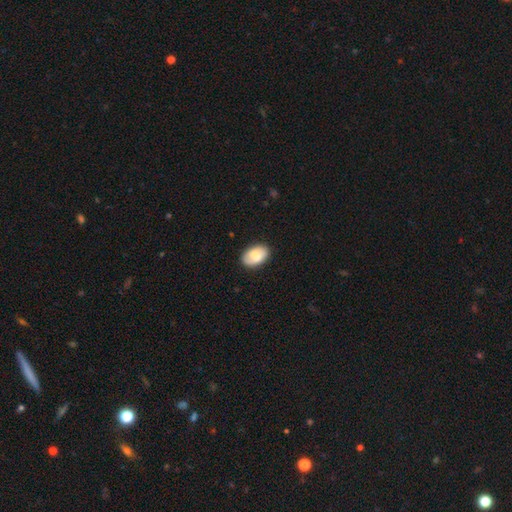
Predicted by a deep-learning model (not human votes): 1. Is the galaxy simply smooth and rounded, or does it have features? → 65% smooth, 28% featured or disk, 7% star or artifact.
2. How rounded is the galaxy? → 89% in between, 10% round, 1% cigar-shaped.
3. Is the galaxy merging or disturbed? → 84% none, 12% minor disturbance, 3% major disturbance, 1% merger.